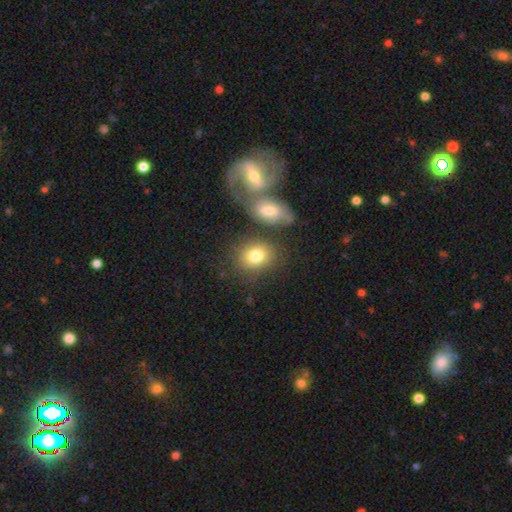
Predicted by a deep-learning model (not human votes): Smooth or featured? Predicted: smooth (p=0.79). How rounded? Predicted: round (p=0.51). Merging? Predicted: none (p=0.67).